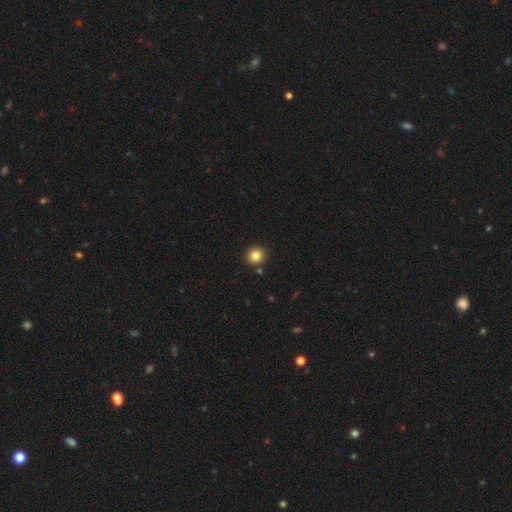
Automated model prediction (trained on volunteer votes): smooth_or_featured: smooth (p=0.83) [alt: star or artifact p=0.11]
how_rounded: round (p=0.91) [alt: in between p=0.08]
merging: none (p=0.90) [alt: minor disturbance p=0.06]